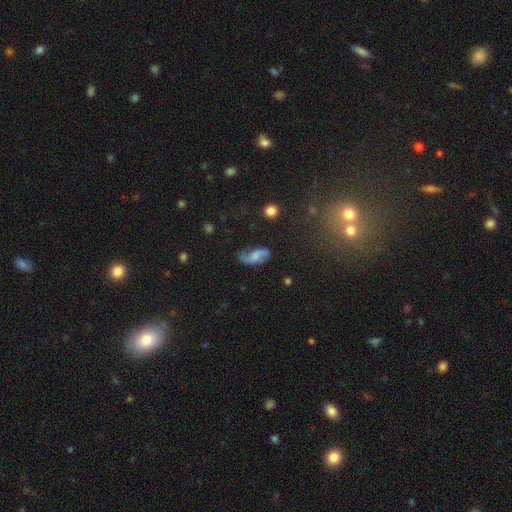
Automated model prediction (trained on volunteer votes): Overall: featured or disk (47%; smooth 43%). Merging: none (60%; minor disturbance 26%).